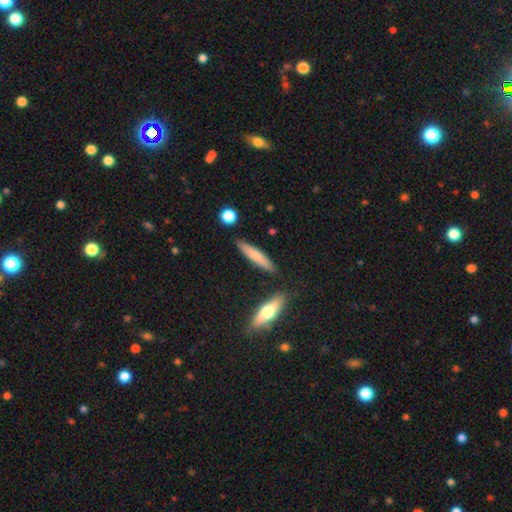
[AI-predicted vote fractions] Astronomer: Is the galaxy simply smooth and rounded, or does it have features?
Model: smooth — 70%.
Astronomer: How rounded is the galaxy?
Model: cigar-shaped — 85%.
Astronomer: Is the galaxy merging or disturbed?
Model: none — 84%.